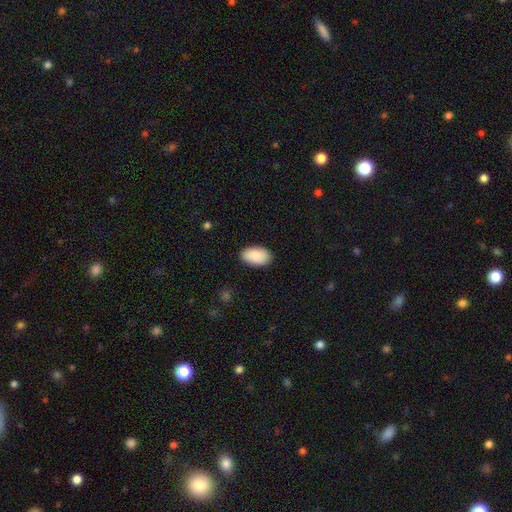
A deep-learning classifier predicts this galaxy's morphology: Smooth or featured: smooth — 89% (star or artifact — 6%)
How rounded: in between — 95% (round — 4%)
Merging: none — 88% (minor disturbance — 9%)